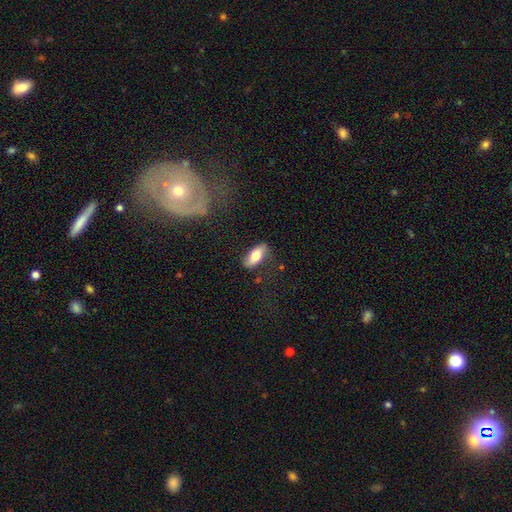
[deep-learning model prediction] This appears to be a smooth galaxy with no disk features (68%) that is in between round and cigar-shaped (80%). Merging: none (75%).